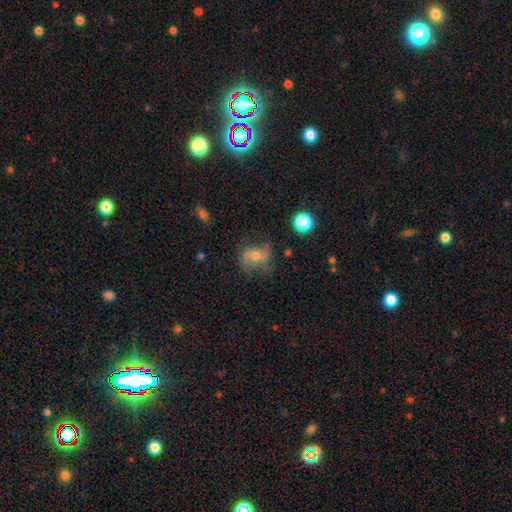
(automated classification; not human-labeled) A featured or disk galaxy (62%) with no bar (49%), 2 (84%) loose (63%) spiral arms (85%) and a moderate central bulge (52%).

Vote fractions:
- Smooth or featured? featured or disk: 62% / smooth: 27% / star or artifact: 11%
- Edge-on disk? no: 96% / yes: 4%
- Bar? no: 49% / weak: 37% / strong: 15%
- Spiral arms? yes: 85% / no: 15%
- Spiral winding? loose: 63% / medium: 29% / tight: 8%
- Spiral arm count? 2: 84% / can't tell: 8% / 1: 4% / 3: 2% / 4: 1% / more than 4: 1%
- Bulge size? moderate: 52% / small: 39% / large: 4% / none: 4% / dominant: 1%
- Merging? none: 58% / minor disturbance: 24% / major disturbance: 16% / merger: 2%